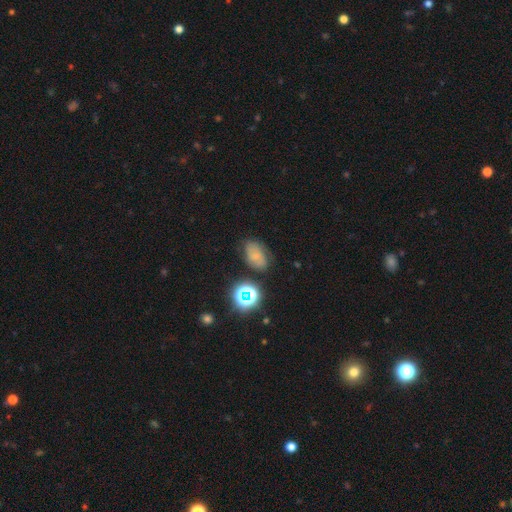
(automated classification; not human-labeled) The model was most divided on "smooth or featured": smooth: 57%, featured or disk: 23%, star or artifact: 21%. More confident: how rounded — in between (82%); merging — none (64%).